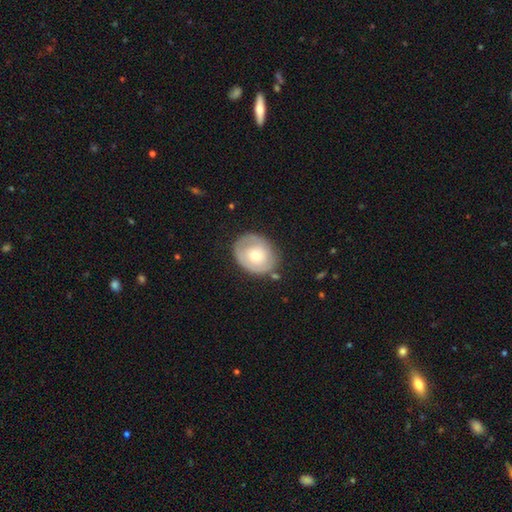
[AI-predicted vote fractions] This is possibly a smooth galaxy (50%). Merging: likely none (70%).